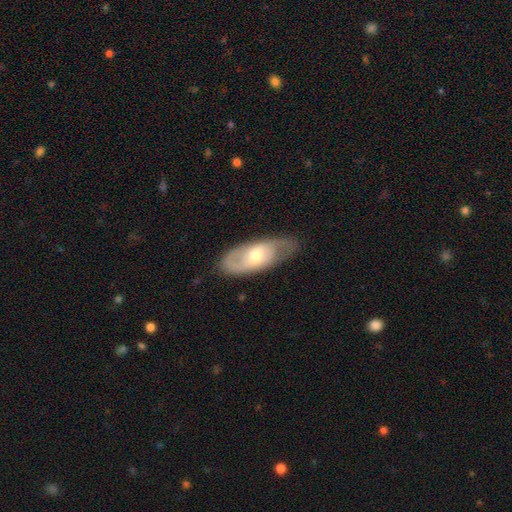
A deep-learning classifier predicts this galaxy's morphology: A featured or disk galaxy (65%) with no bar (62%), spiral arms (78%) and a moderate central bulge (56%).

Vote fractions:
- Smooth or featured? featured or disk: 65% / smooth: 29% / star or artifact: 6%
- Edge-on disk? no: 87% / yes: 13%
- Bar? no: 62% / weak: 31% / strong: 7%
- Spiral arms? yes: 78% / no: 22%
- Bulge size? moderate: 56% / small: 37% / large: 5% / none: 1% / dominant: 1%
- Merging? none: 78% / minor disturbance: 16% / major disturbance: 5% / merger: 1%